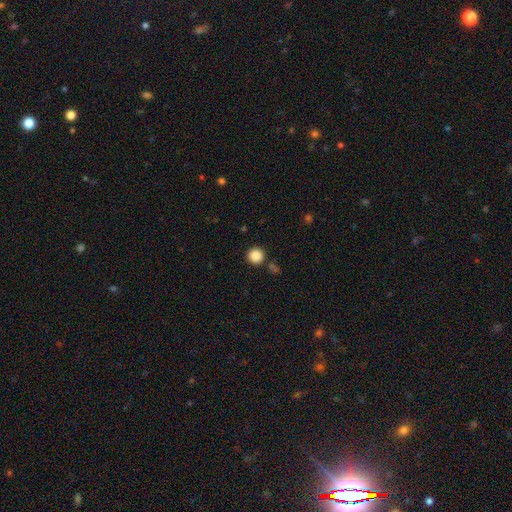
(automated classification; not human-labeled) Morphology: type=smooth (87%); roundness=round (95%); merging=none (87%).